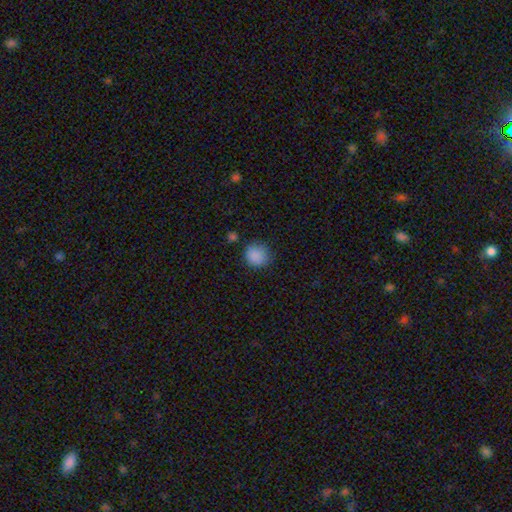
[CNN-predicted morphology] The model was most divided on "merging": none: 77%, minor disturbance: 16%, major disturbance: 4%, merger: 3%. More confident: how rounded — round (88%); smooth or featured — smooth (86%).